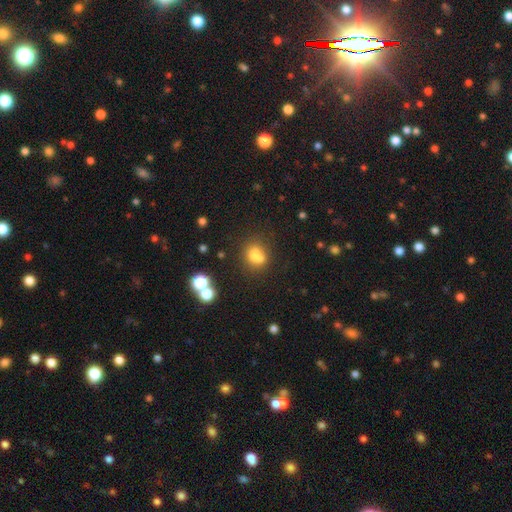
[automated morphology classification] This appears to be a smooth galaxy with no disk features (74%) that is in between round and cigar-shaped (52%). Merging: none (52%).